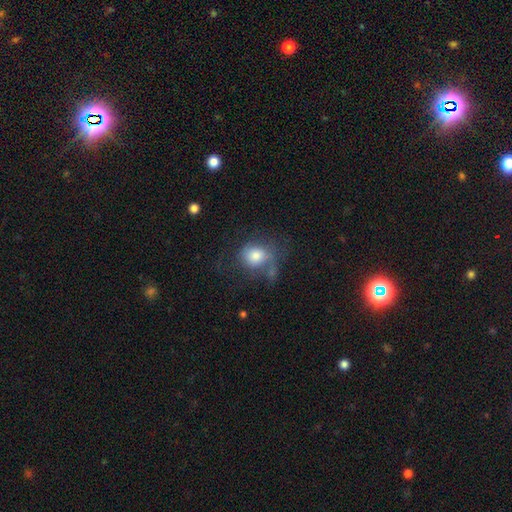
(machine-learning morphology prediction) Q: Smooth or featured?
A: smooth (68%); runner-up: featured or disk (23%)
Q: How rounded?
A: round (69%); runner-up: in between (30%)
Q: Merging?
A: none (40%); runner-up: major disturbance (29%)